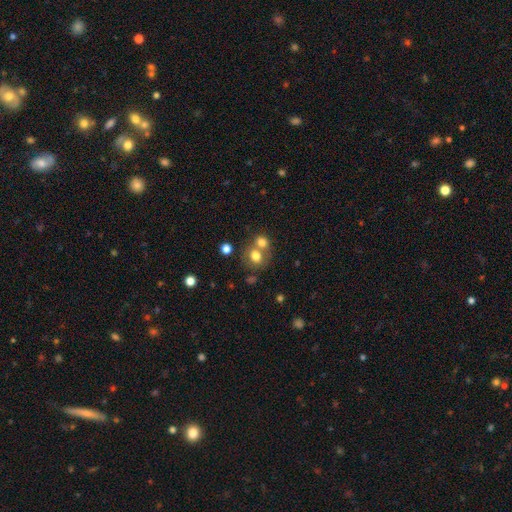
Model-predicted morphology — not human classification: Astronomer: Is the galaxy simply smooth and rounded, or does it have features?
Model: smooth — 74%.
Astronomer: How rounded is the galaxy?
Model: round — 67%.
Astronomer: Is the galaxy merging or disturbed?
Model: merger — 47% (runner-up: none, 41%).